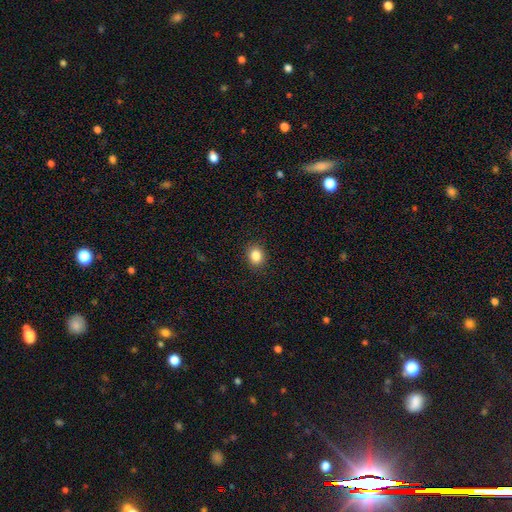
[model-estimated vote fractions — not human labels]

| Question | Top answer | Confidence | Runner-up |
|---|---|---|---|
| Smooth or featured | smooth | 85% | star or artifact (10%) |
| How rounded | round | 57% | in between (42%) |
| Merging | none | 90% | minor disturbance (7%) |